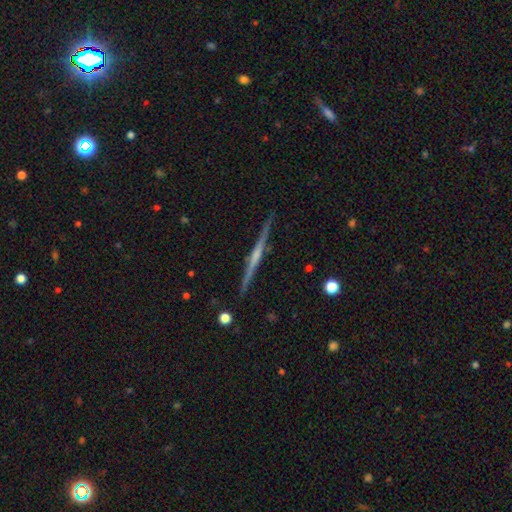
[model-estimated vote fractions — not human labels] Smooth or featured?
  - featured or disk: 80% *
  - smooth: 12%
  - star or artifact: 8%
Edge-on disk?
  - yes: 98% *
  - no: 2%
Edge-on bulge?
  - rounded: 74% *
  - none: 17%
  - boxy: 9%
Merging?
  - none: 90% *
  - minor disturbance: 7%
  - major disturbance: 2%
  - merger: 2%